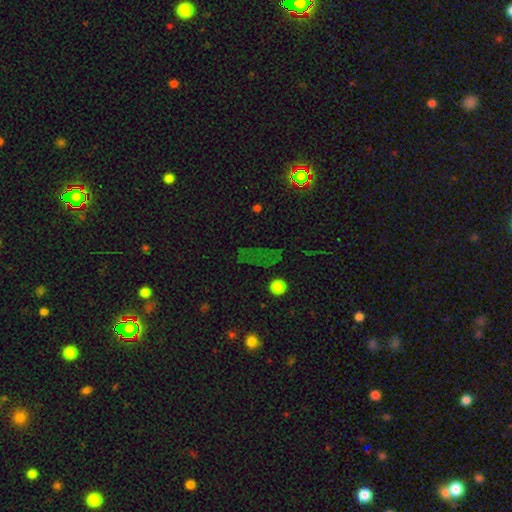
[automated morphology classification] A star or artifact, not a galaxy (60%).

Vote fractions:
- Smooth or featured? star or artifact: 60% / smooth: 28% / featured or disk: 12%